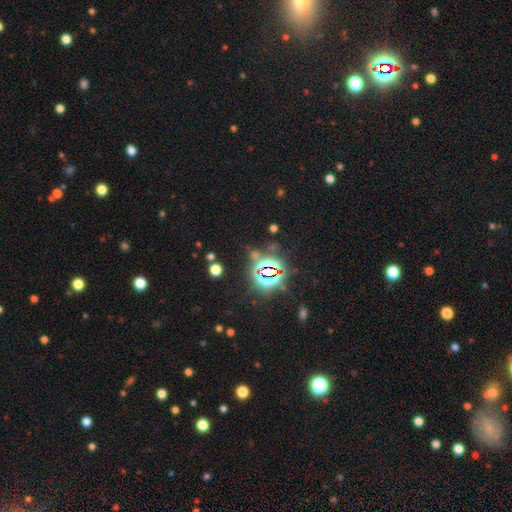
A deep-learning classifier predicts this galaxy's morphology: smooth_or_featured: star or artifact (p=0.82) [alt: smooth p=0.11]